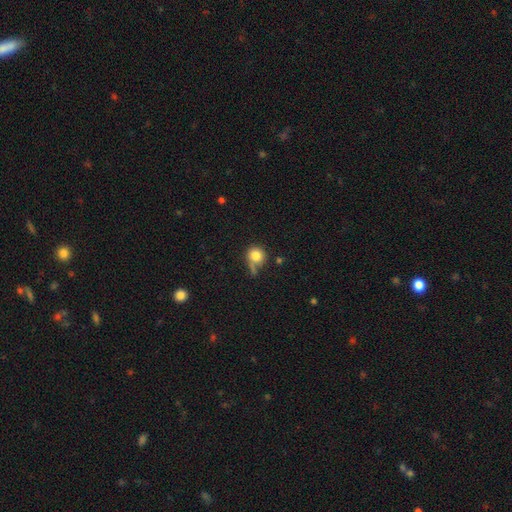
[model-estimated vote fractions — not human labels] Overall: smooth (82%). How rounded: round (89%). Merging: none (56%; minor disturbance 20%).